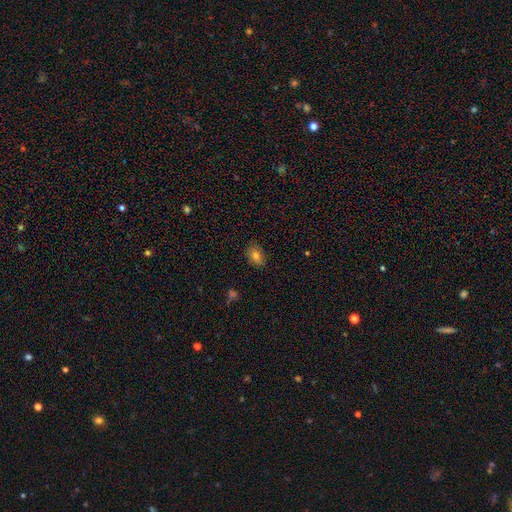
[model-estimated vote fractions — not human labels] This appears to be a smooth galaxy with no disk features (79%) that is in between round and cigar-shaped (82%). Merging: none (82%).